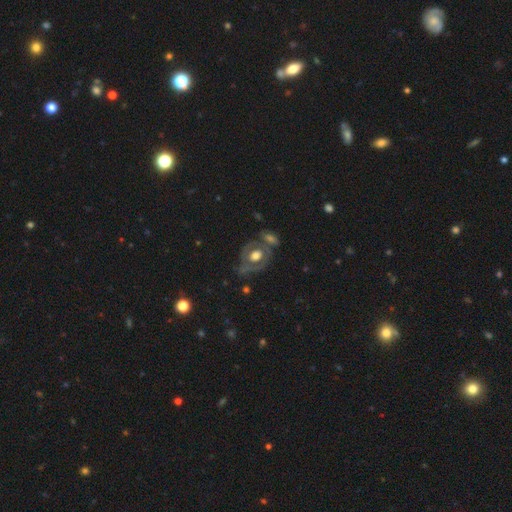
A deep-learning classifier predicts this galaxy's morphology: This is possibly a featured or disk galaxy (58%). It is clearly not viewed edge-on (93%). Bar: clearly no (80%). Spiral arm pattern: likely no (67%). Central bulge: possibly large (46%). Merging: possibly none (51%).